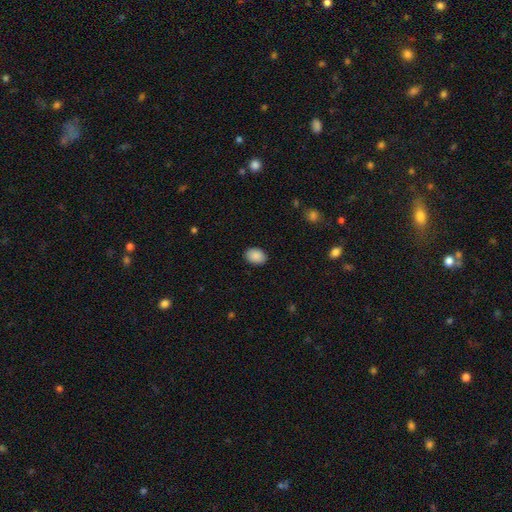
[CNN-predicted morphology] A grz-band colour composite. It shows a smooth galaxy with no disk features (89%) that is in between round and cigar-shaped (76%). Merging: none (88%).